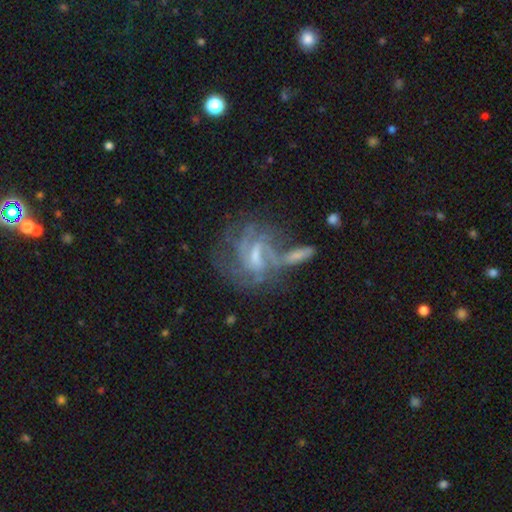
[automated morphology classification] smooth-or-featured: featured or disk: 78% | smooth: 13% | star or artifact: 9%
  disk-edge-on: no: 96% | yes: 4%
    bar: weak: 52% | strong: 24% | no: 24%
    has-spiral-arms: yes: 82% | no: 18%
      spiral-winding: medium: 43% | tight: 38% | loose: 19%
      spiral-arm-count: can't tell: 41% | 2: 24% | 3: 17% | 4: 8% | 1: 6% | more than 4: 4%
    bulge-size: small: 40% | moderate: 33% | none: 21% | large: 4% | dominant: 1%
  merging: none: 36% | merger: 27% | major disturbance: 21% | minor disturbance: 15%